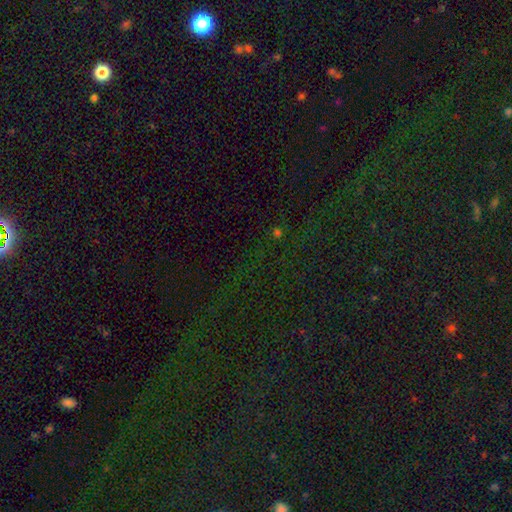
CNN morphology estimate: smooth-or-featured: star or artifact: 79% | smooth: 12% | featured or disk: 9%